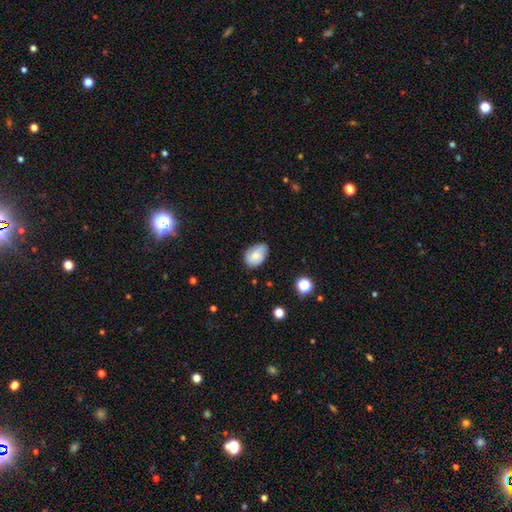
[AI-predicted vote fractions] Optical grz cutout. It shows a smooth galaxy with no disk features (57%) that is in between round and cigar-shaped (78%). Merging: none (62%).